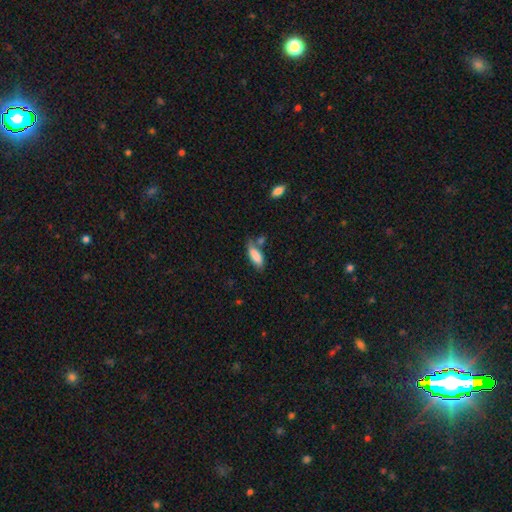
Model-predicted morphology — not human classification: Smooth or featured? smooth (84%)
How rounded? in between (70%)
Merging? none (52%)